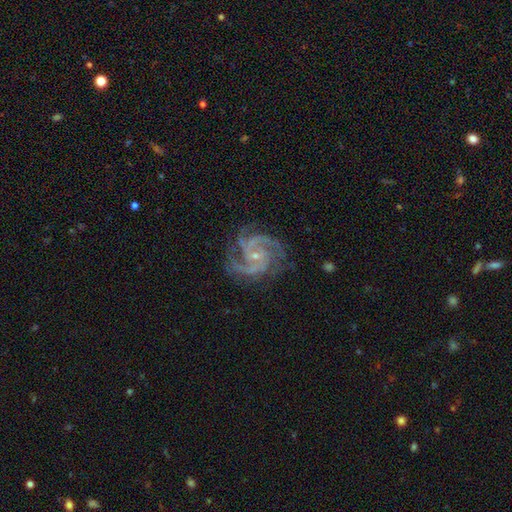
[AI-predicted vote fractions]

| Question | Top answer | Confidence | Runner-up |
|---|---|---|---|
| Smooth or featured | featured or disk | 93% | star or artifact (4%) |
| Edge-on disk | no | 98% | yes (2%) |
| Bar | no | 62% | weak (28%) |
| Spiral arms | yes | 99% | no (1%) |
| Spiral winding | medium | 51% | tight (43%) |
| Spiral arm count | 3 | 54% | 2 (18%) |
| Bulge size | small | 77% | moderate (19%) |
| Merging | none | 75% | minor disturbance (17%) |